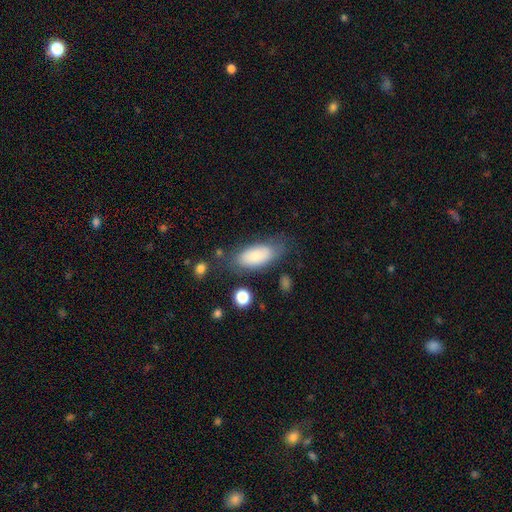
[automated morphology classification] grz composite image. It shows a smooth galaxy with no disk features (79%) that is in between round and cigar-shaped (85%). Merging: none (67%).